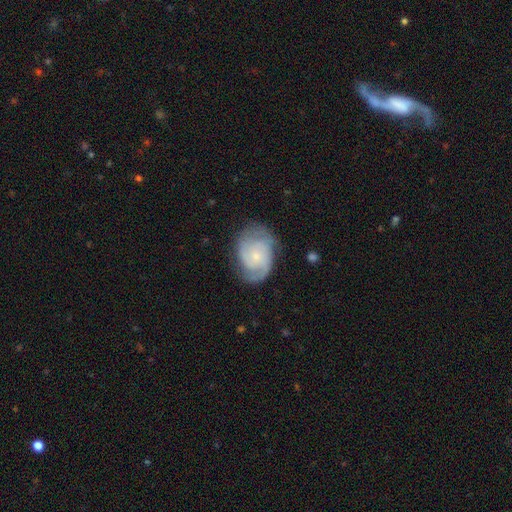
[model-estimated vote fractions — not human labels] Overall: featured or disk (78%). Edge-on disk: no (98%). Bar: no (72%). Spiral arms: yes (95%). Spiral arm count: 2 (54%; 3 19%). Spiral winding: medium (44%; tight 42%). Bulge size: small (72%). Merging: none (68%).